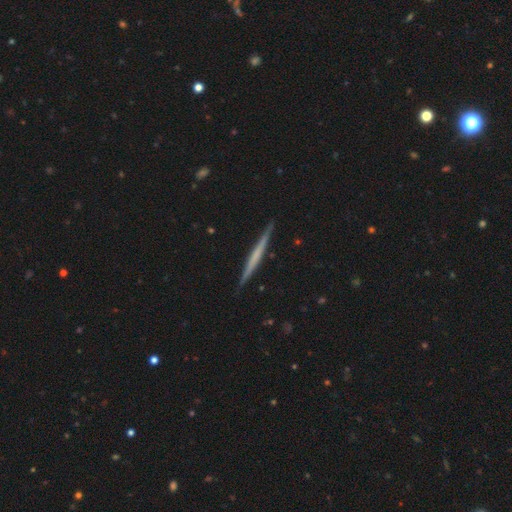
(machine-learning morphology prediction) Smooth or featured? Predicted: featured or disk (p=0.56). Edge-on disk? Predicted: yes (p=0.98). Edge-on bulge? Predicted: none (p=0.83). Merging? Predicted: none (p=0.92).